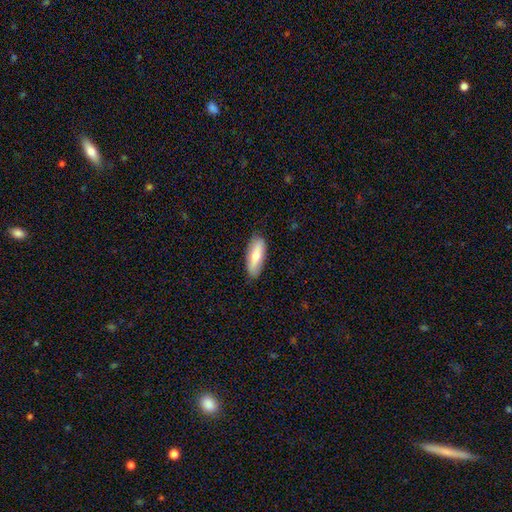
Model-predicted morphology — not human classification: smooth-or-featured: smooth: 65% | featured or disk: 29% | star or artifact: 6%
  how-rounded: in between: 66% | cigar-shaped: 31% | round: 2%
  merging: none: 85% | minor disturbance: 12% | major disturbance: 2% | merger: 1%